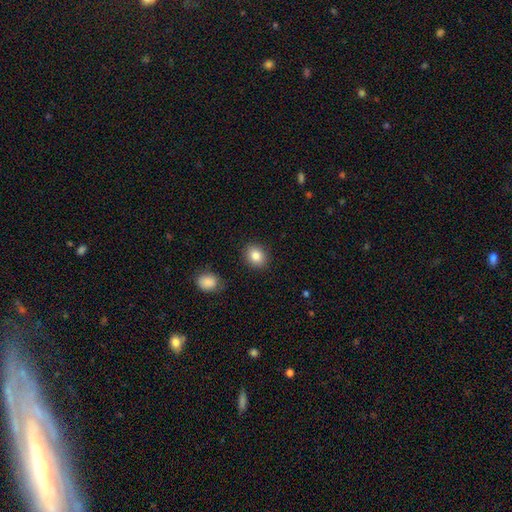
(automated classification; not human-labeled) smooth 85%, star or artifact 9%, featured or disk 6%. Down the decision tree: how rounded — round (59%); merging — none (87%).